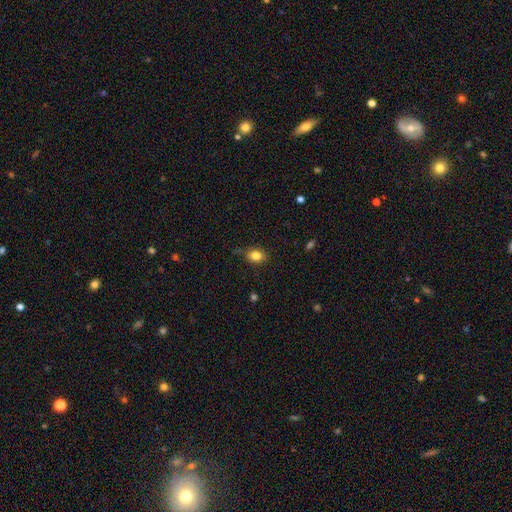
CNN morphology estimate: This is clearly a smooth galaxy (82%). How rounded: likely in between (66%). Merging: likely none (75%).